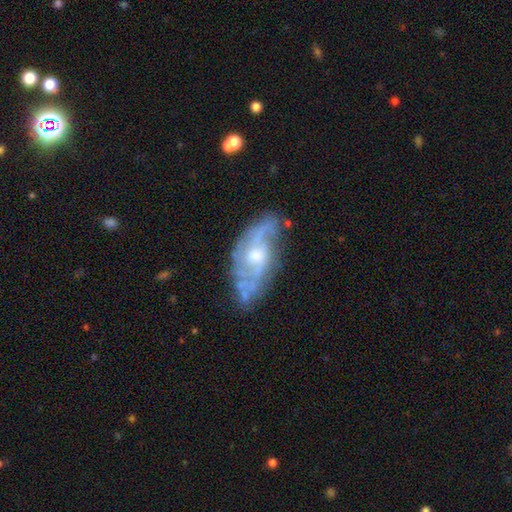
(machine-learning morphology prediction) Q: Smooth or featured?
A: featured or disk (82%); runner-up: smooth (12%)
Q: Edge-on disk?
A: no (92%); runner-up: yes (8%)
Q: Bar?
A: no (57%); runner-up: weak (37%)
Q: Spiral arms?
A: yes (89%); runner-up: no (11%)
Q: Spiral winding?
A: medium (43%); runner-up: loose (30%)
Q: Spiral arm count?
A: 2 (45%); runner-up: can't tell (29%)
Q: Bulge size?
A: moderate (59%); runner-up: small (33%)
Q: Merging?
A: none (65%); runner-up: minor disturbance (22%)